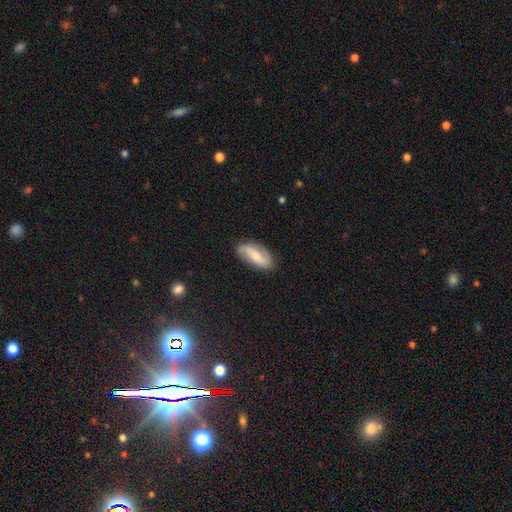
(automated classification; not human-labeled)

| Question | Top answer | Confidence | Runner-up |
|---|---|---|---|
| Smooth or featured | featured or disk | 51% | smooth (43%) |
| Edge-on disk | no | 87% | yes (13%) |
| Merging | none | 84% | minor disturbance (12%) |